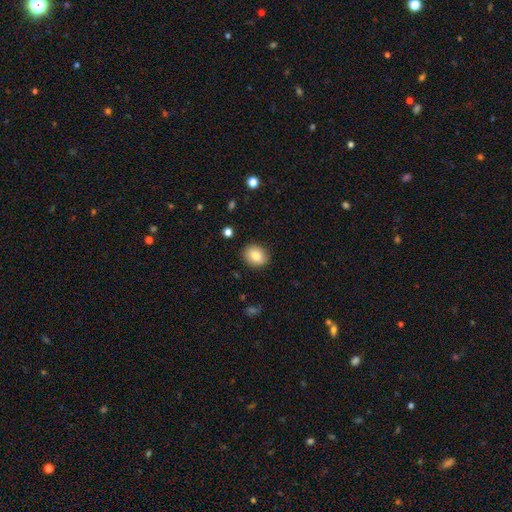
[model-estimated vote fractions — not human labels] Q: Smooth or featured?
A: smooth (82%); runner-up: featured or disk (10%)
Q: How rounded?
A: round (52%); runner-up: in between (47%)
Q: Merging?
A: none (87%); runner-up: minor disturbance (9%)